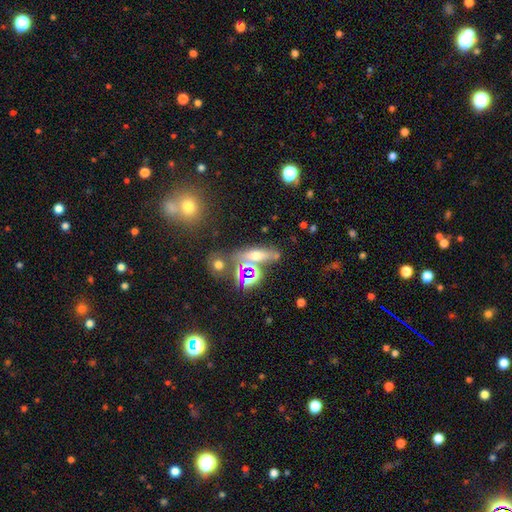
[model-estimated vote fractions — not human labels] This appears to be a smooth galaxy with no disk features (45%). Merging: none (62%).